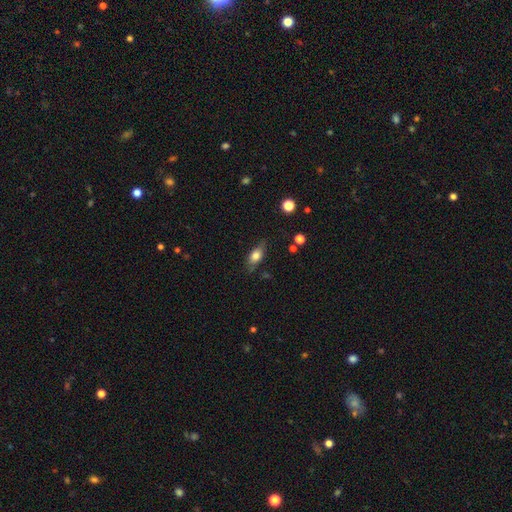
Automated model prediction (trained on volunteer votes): The model was most divided on "merging": none: 73%, minor disturbance: 20%, major disturbance: 5%, merger: 2%. More confident: how rounded — in between (80%); smooth or featured — smooth (73%).